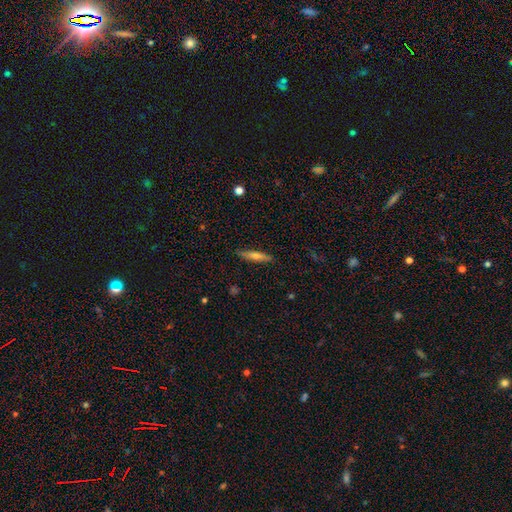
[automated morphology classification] A smooth galaxy with no disk features (48%). Merging: none (88%).